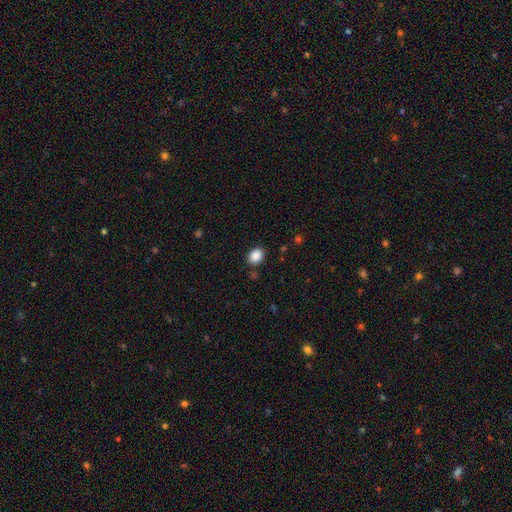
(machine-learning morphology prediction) smooth_or_featured: smooth (p=0.88) [alt: star or artifact p=0.09]
how_rounded: in between (p=0.52) [alt: round p=0.48]
merging: none (p=0.85) [alt: minor disturbance p=0.10]